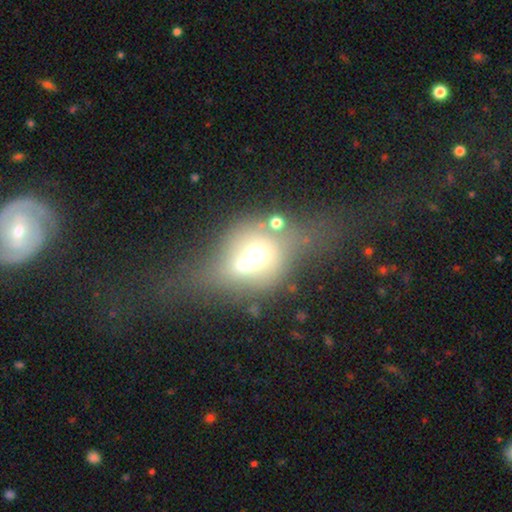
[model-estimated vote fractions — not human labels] A smooth galaxy with no disk features (51%) that is round (61%).

Vote fractions:
- Smooth or featured? smooth: 51% / featured or disk: 34% / star or artifact: 15%
- How rounded? round: 61% / in between: 36% / cigar-shaped: 3%
- Merging? merger: 54% / none: 24% / major disturbance: 12% / minor disturbance: 10%